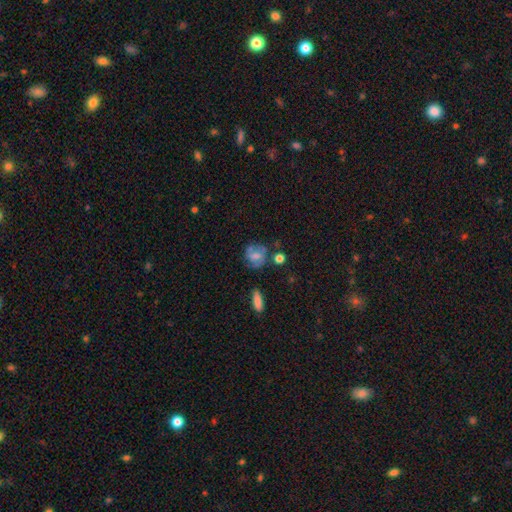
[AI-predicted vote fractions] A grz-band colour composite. It shows a featured or disk galaxy (48%). Merging: none (60%).